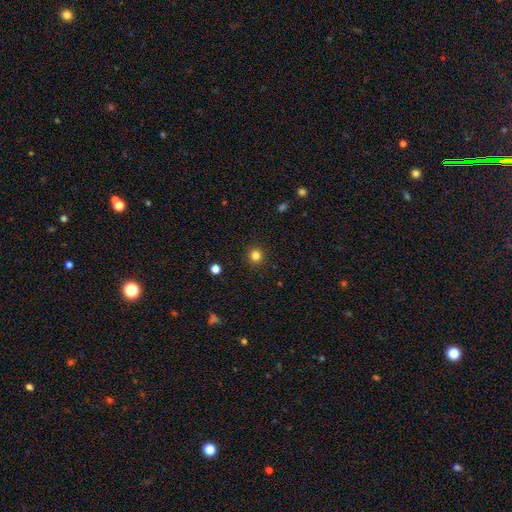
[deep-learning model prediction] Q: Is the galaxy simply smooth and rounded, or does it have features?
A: smooth — 82%.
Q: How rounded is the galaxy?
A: round — 95%.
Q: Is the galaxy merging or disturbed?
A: none — 92%.